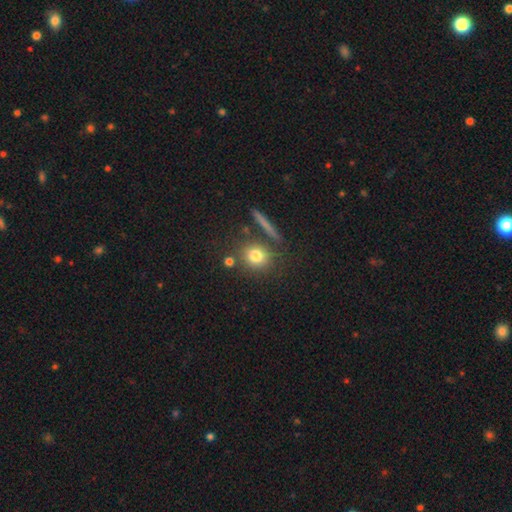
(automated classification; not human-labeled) A smooth galaxy with no disk features (77%) that is round (85%). Merging: none (75%).